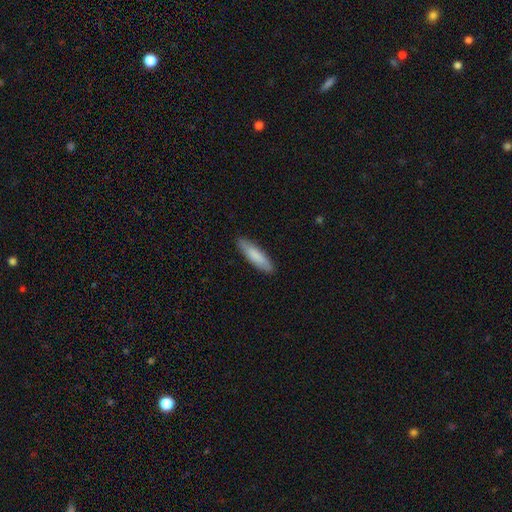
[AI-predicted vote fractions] Smooth or featured? smooth (84%)
How rounded? cigar-shaped (70%)
Merging? none (88%)